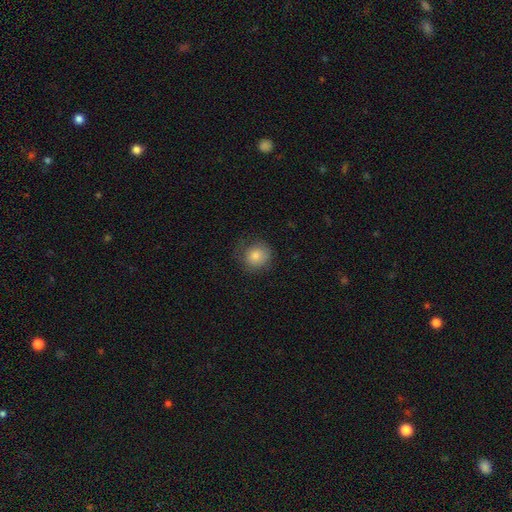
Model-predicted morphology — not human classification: A smooth galaxy with no disk features (80%) that is round (87%).

Vote fractions:
- Smooth or featured? smooth: 80% / featured or disk: 11% / star or artifact: 9%
- How rounded? round: 87% / in between: 12% / cigar-shaped: 1%
- Merging? none: 69% / minor disturbance: 21% / major disturbance: 10% / merger: 1%